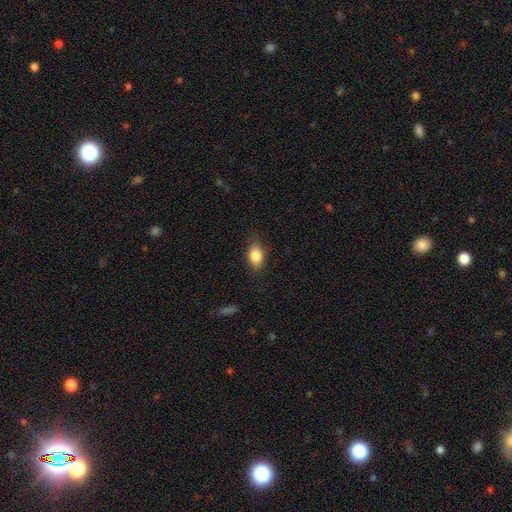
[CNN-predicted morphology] A smooth galaxy with no disk features (83%) that is in between round and cigar-shaped (81%).

Vote fractions:
- Smooth or featured? smooth: 83% / featured or disk: 9% / star or artifact: 8%
- How rounded? in between: 81% / round: 16% / cigar-shaped: 3%
- Merging? none: 79% / minor disturbance: 16% / major disturbance: 4% / merger: 1%